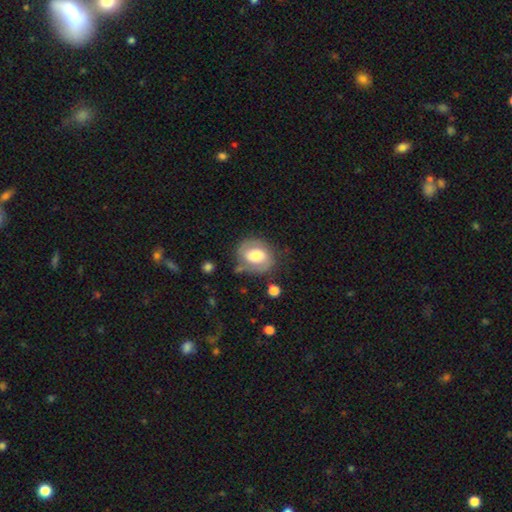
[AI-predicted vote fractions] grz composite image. It shows a featured or disk galaxy (51%). Merging: none (68%).